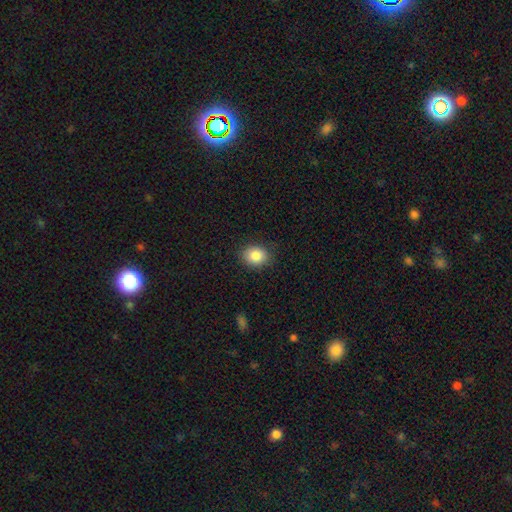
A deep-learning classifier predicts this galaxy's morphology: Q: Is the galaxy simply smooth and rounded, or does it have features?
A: smooth — 86%.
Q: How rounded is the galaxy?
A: round — 55%.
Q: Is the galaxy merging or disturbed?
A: none — 87%.